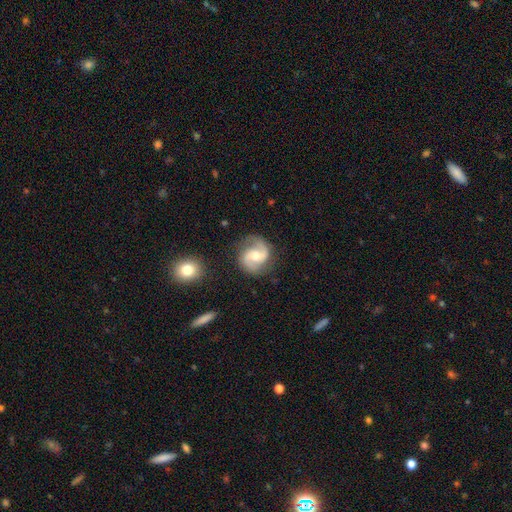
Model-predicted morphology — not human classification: featured or disk 86%, smooth 9%, star or artifact 5%. Down the decision tree: edge-on disk — no (98%); bar — no (45%); spiral arms — yes (97%); spiral arm count — 2 (93%); spiral winding — medium (58%); bulge size — moderate (64%); merging — none (81%).